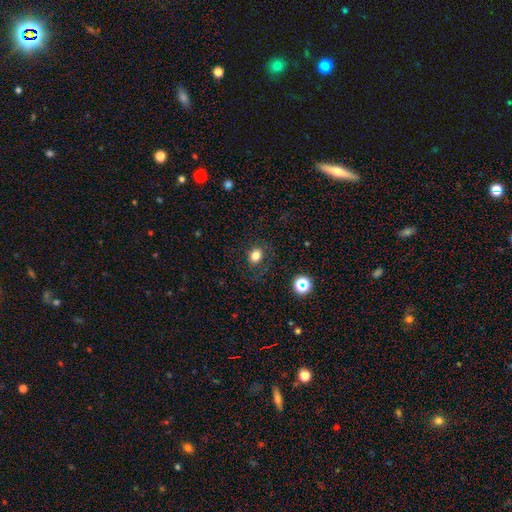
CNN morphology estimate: smooth_or_featured: smooth (p=0.79) [alt: star or artifact p=0.14]
how_rounded: round (p=0.57) [alt: in between p=0.42]
merging: none (p=0.78) [alt: minor disturbance p=0.14]